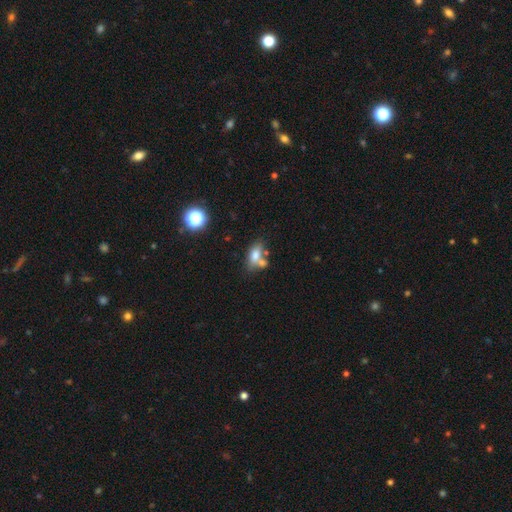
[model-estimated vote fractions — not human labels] Smooth or featured: smooth — 71% (featured or disk — 18%)
How rounded: in between — 82% (round — 10%)
Merging: none — 43% (merger — 35%)